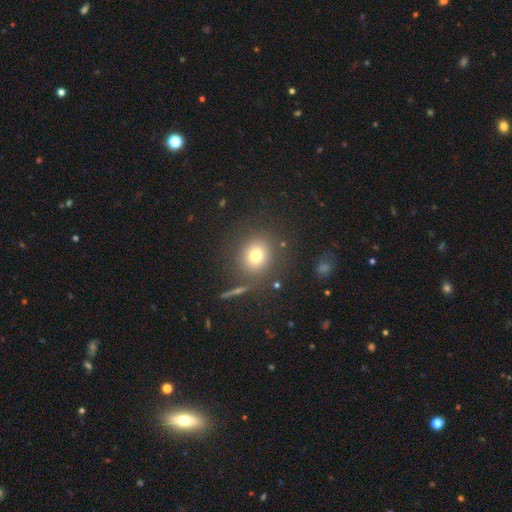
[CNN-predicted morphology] smooth 74%, star or artifact 15%, featured or disk 11%. Down the decision tree: how rounded — round (83%); merging — none (82%).